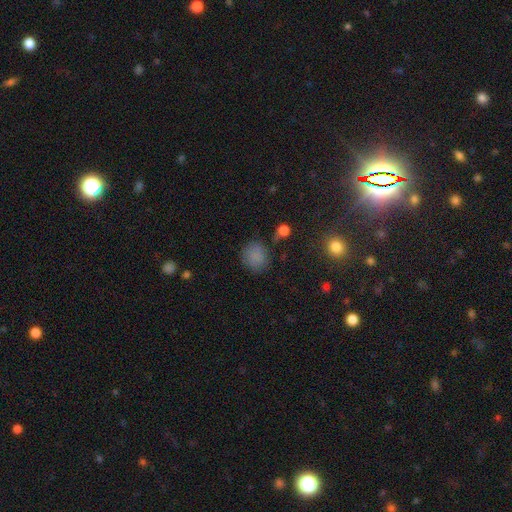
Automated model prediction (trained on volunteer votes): A smooth galaxy with no disk features (79%) that is round (82%). Merging: none (73%).